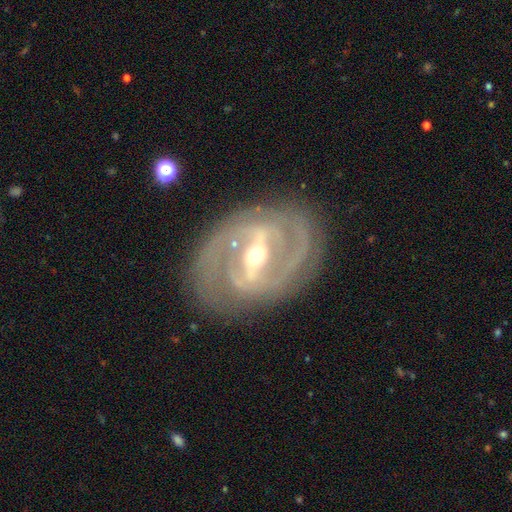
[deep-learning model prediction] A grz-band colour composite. It shows a featured or disk galaxy (90%) with a strong bar (64%), 2 (61%) tight (56%) spiral arms (93%) and a moderate central bulge (48%, tied with small). Merging: none (79%).